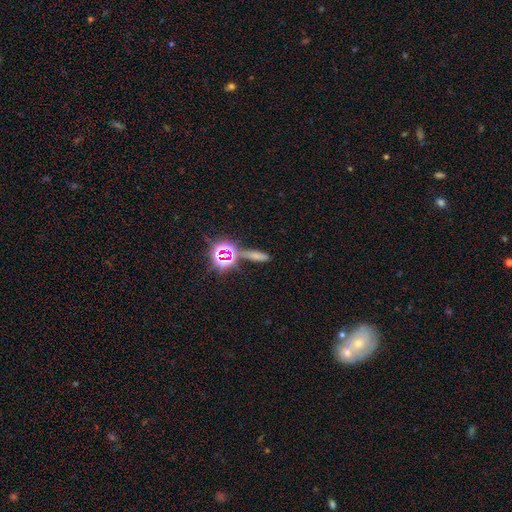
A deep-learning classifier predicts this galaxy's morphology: The model was most divided on "smooth or featured": smooth: 55%, star or artifact: 32%, featured or disk: 13%. More confident: merging — none (71%); how rounded — cigar-shaped (64%).